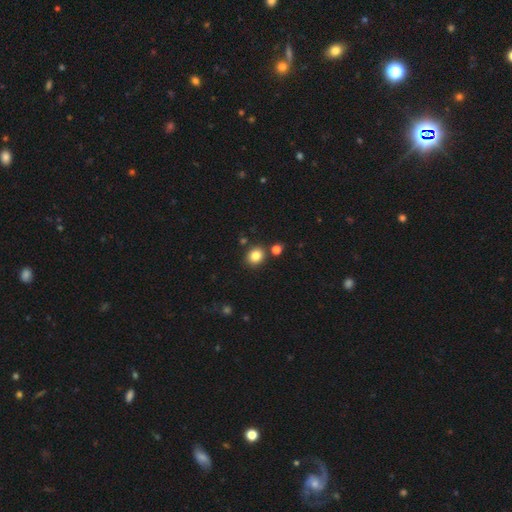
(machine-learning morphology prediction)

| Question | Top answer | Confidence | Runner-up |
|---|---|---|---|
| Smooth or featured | smooth | 83% | star or artifact (11%) |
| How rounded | round | 69% | in between (30%) |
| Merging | none | 81% | minor disturbance (9%) |